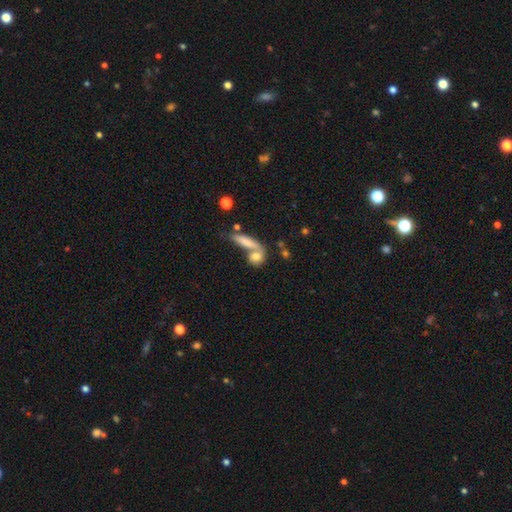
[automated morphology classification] Smooth or featured: smooth — 71% (featured or disk — 20%)
How rounded: in between — 37% (cigar-shaped — 35%)
Merging: none — 45% (merger — 39%)